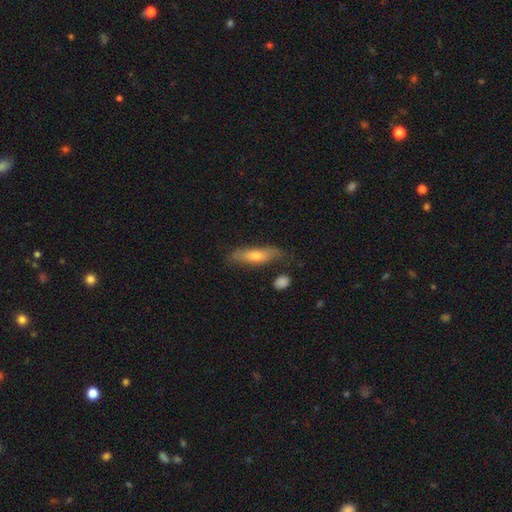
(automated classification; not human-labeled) Smooth or featured? Predicted: smooth (p=0.54). How rounded? Predicted: cigar-shaped (p=0.67). Merging? Predicted: none (p=0.69).